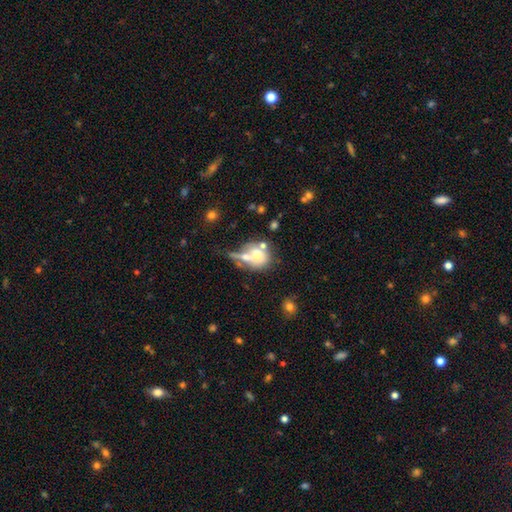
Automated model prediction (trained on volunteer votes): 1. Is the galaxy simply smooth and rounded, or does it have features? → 62% smooth, 27% featured or disk, 11% star or artifact.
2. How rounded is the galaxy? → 65% round, 33% in between, 2% cigar-shaped.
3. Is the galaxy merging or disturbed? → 45% merger, 29% none, 13% minor disturbance, 12% major disturbance.